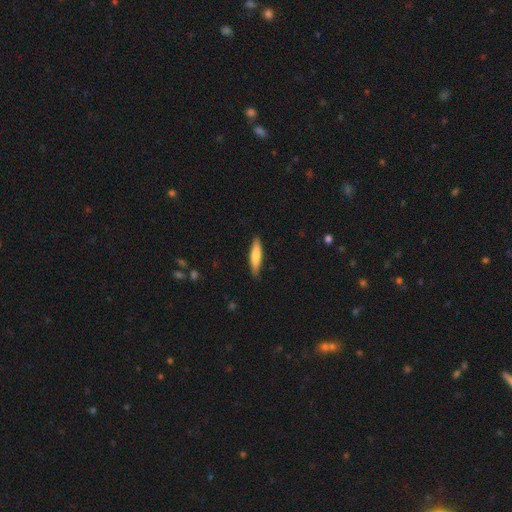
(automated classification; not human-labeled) Overall: smooth (72%). How rounded: cigar-shaped (82%). Merging: none (87%).